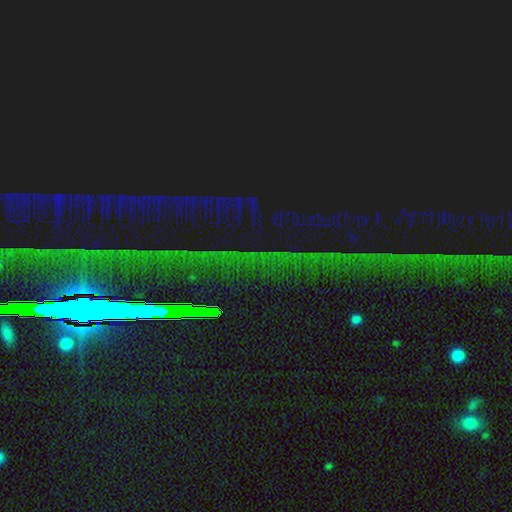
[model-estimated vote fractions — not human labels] Q: Smooth or featured?
A: star or artifact (87%); runner-up: featured or disk (7%)